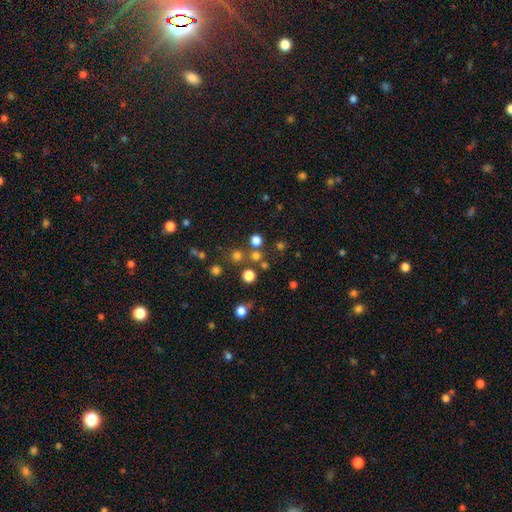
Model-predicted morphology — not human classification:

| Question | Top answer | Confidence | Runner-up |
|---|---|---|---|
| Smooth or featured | smooth | 66% | star or artifact (27%) |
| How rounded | round | 92% | in between (7%) |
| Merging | none | 74% | merger (16%) |